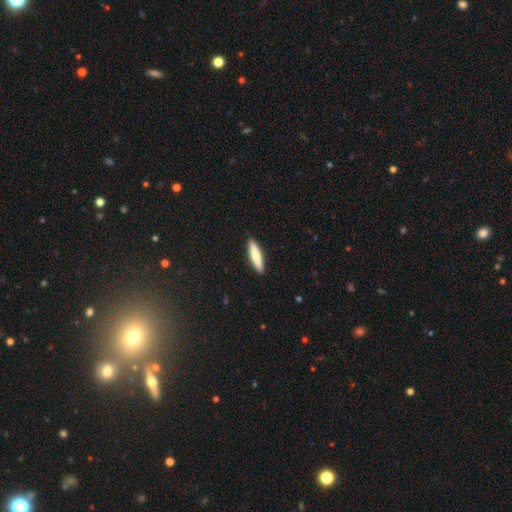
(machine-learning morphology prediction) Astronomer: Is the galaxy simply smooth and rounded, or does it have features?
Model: smooth — 70%.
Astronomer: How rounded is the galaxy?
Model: cigar-shaped — 84%.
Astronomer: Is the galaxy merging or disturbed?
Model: none — 91%.